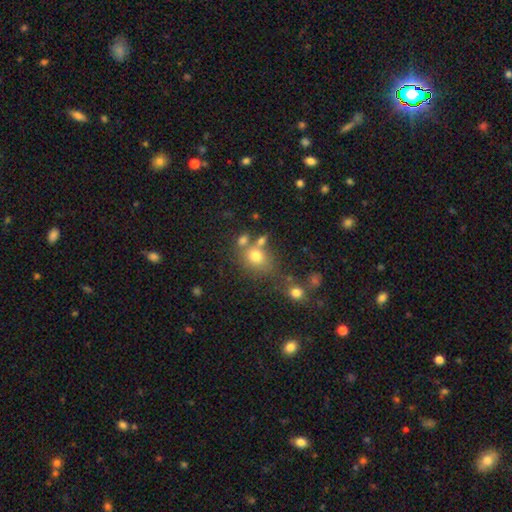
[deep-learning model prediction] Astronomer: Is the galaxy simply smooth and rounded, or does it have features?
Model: smooth — 73%.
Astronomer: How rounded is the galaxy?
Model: round — 62%.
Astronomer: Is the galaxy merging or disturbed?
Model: none — 54%.